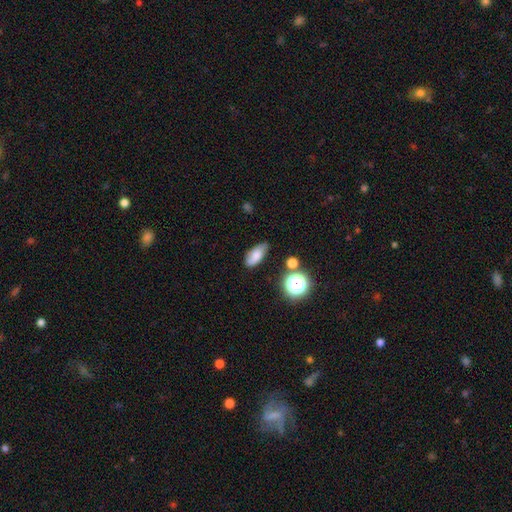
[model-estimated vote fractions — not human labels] Smooth or featured?
  - smooth: 67% *
  - featured or disk: 22%
  - star or artifact: 11%
How rounded?
  - in between: 84% *
  - cigar-shaped: 9%
  - round: 7%
Merging?
  - none: 68% *
  - minor disturbance: 23%
  - major disturbance: 5%
  - merger: 4%